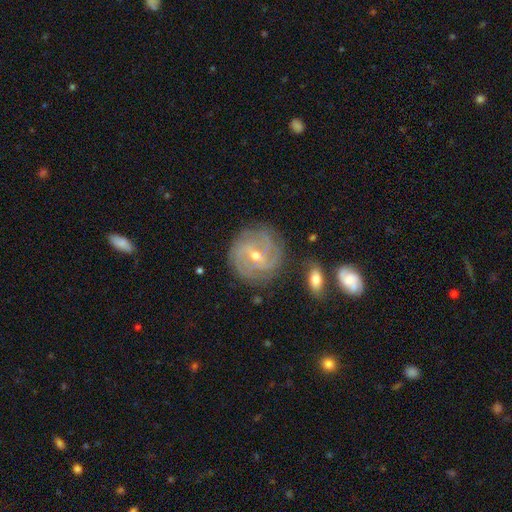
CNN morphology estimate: featured or disk 85%, smooth 8%, star or artifact 6%. Down the decision tree: edge-on disk — no (97%); bar — weak (53%); spiral arms — yes (96%); spiral arm count — can't tell (27%); spiral winding — tight (65%); bulge size — small (51%); merging — none (81%).